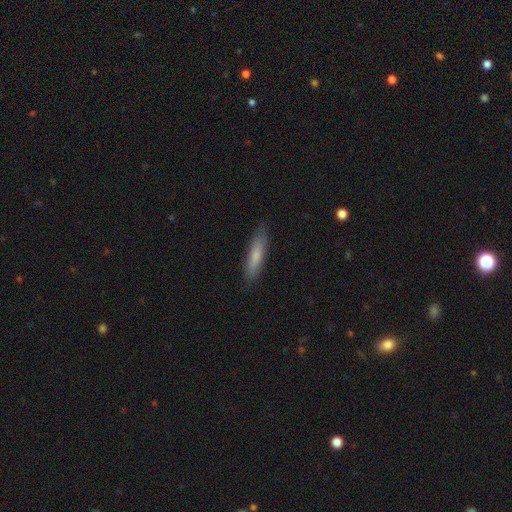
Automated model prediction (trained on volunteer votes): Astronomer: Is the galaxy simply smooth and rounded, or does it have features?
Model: smooth — 73%.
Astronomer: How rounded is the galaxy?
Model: cigar-shaped — 77%.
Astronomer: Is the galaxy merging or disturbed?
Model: none — 83%.